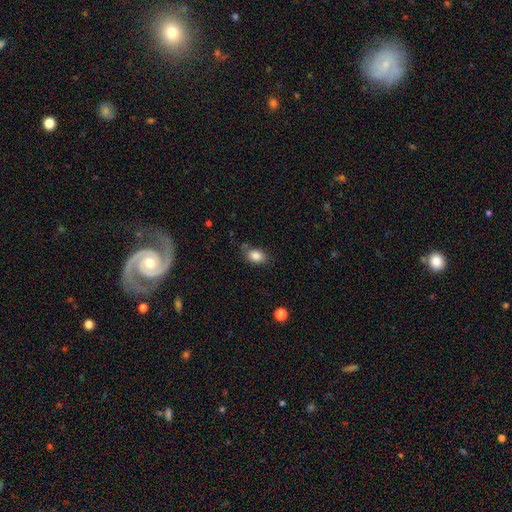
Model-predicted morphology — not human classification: Smooth or featured? smooth (84%)
How rounded? in between (81%)
Merging? none (70%)